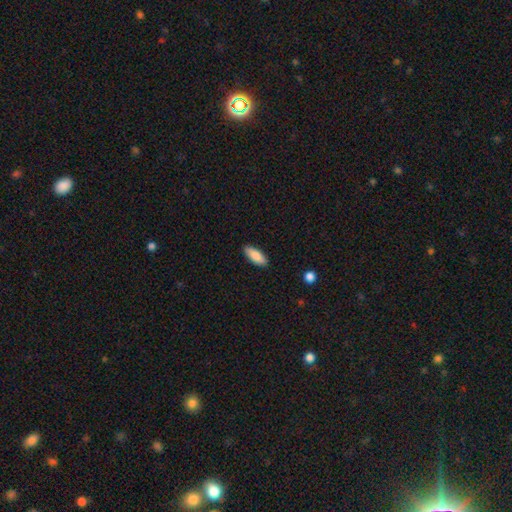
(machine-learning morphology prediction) Smooth or featured? Predicted: smooth (p=0.85). How rounded? Predicted: in between (p=0.75). Merging? Predicted: none (p=0.88).